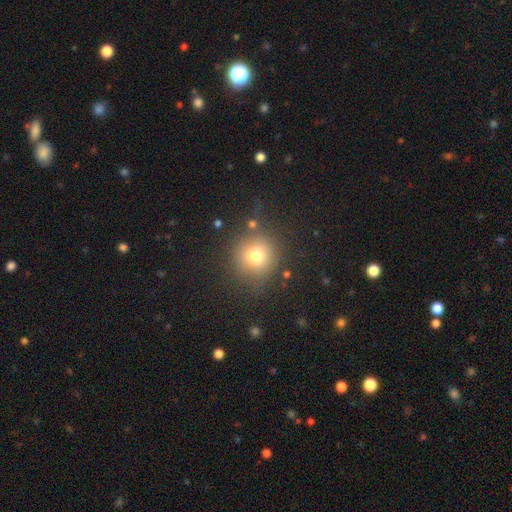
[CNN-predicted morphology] A smooth galaxy with no disk features (74%) that is round (90%).

Vote fractions:
- Smooth or featured? smooth: 74% / star or artifact: 16% / featured or disk: 10%
- How rounded? round: 90% / in between: 9% / cigar-shaped: 1%
- Merging? none: 78% / minor disturbance: 12% / major disturbance: 6% / merger: 4%